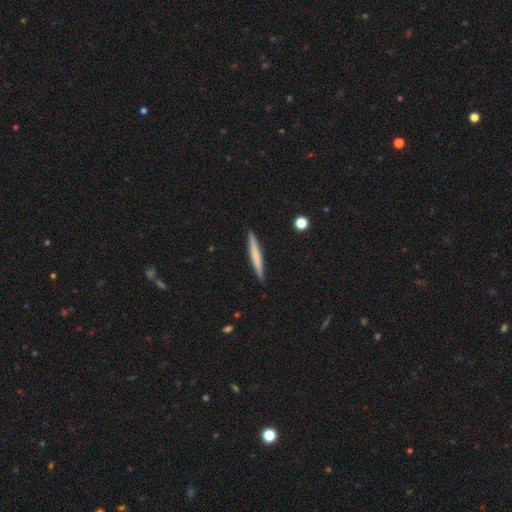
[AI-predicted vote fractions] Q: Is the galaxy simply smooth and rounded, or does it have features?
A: smooth — 58%.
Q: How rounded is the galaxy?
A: cigar-shaped — 96%.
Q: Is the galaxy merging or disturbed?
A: none — 91%.